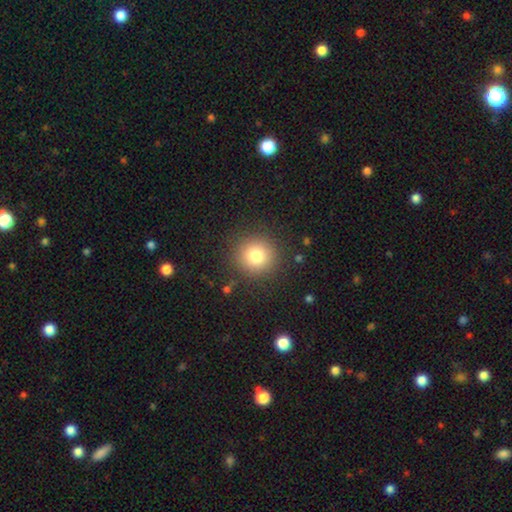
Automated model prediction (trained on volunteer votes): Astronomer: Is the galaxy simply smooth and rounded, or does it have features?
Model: smooth — 80%.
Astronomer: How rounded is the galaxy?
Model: round — 94%.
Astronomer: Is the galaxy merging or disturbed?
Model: none — 89%.